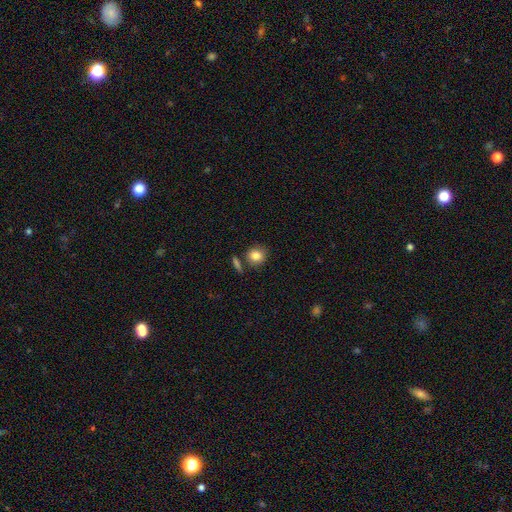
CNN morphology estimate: A smooth galaxy with no disk features (83%) that is round (81%).

Vote fractions:
- Smooth or featured? smooth: 83% / star or artifact: 9% / featured or disk: 7%
- How rounded? round: 81% / in between: 18% / cigar-shaped: 1%
- Merging? none: 77% / minor disturbance: 11% / merger: 10% / major disturbance: 3%